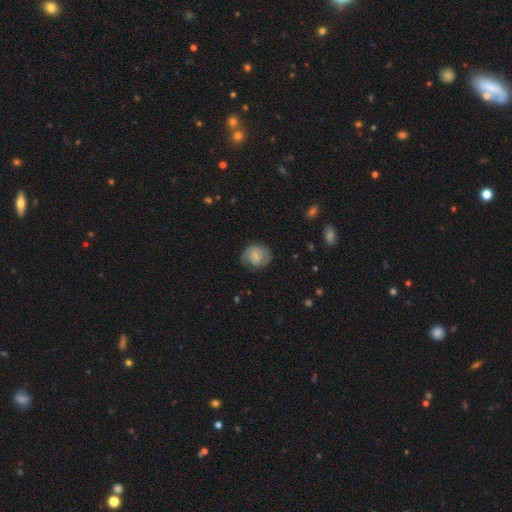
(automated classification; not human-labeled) The model was most divided on "smooth or featured": smooth: 53%, featured or disk: 39%, star or artifact: 8%. More confident: how rounded — round (67%); merging — none (65%).